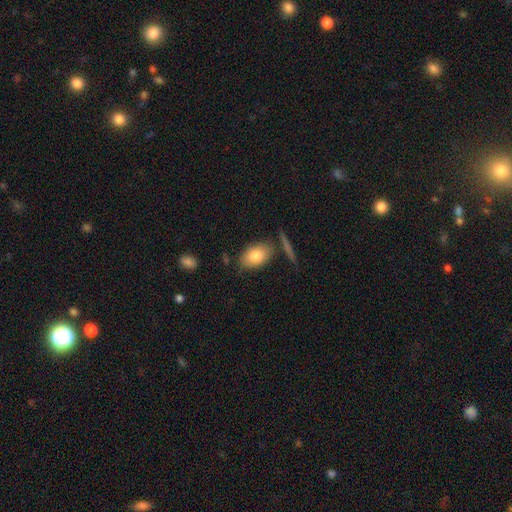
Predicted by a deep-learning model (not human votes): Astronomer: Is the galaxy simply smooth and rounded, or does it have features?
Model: smooth — 81%.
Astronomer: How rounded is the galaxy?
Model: in between — 89%.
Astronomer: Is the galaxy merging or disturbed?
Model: none — 73%.